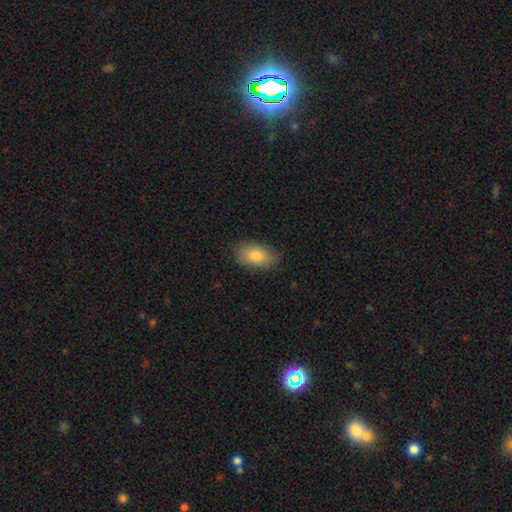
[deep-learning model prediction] A smooth galaxy with no disk features (82%) that is in between round and cigar-shaped (90%). Merging: none (84%).